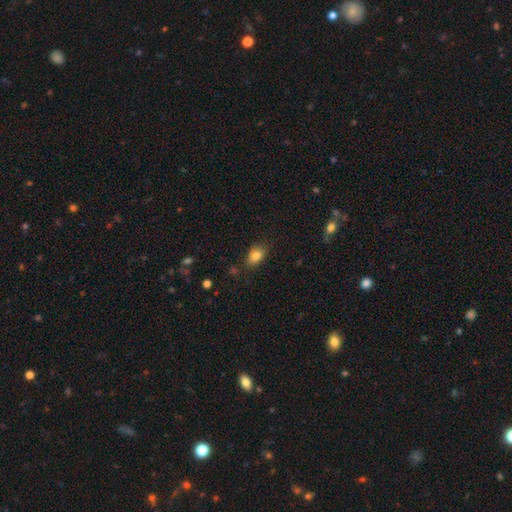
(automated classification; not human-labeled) Morphology: type=smooth (84%); roundness=in between (84%); merging=none (76%).